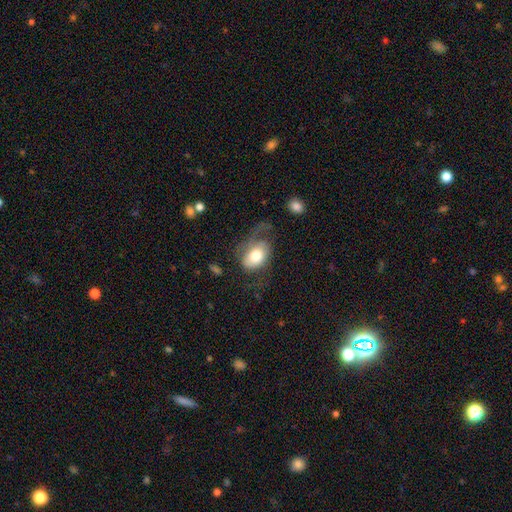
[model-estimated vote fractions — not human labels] smooth 49%, featured or disk 44%, star or artifact 7%. Down the decision tree: merging — major disturbance (43%).